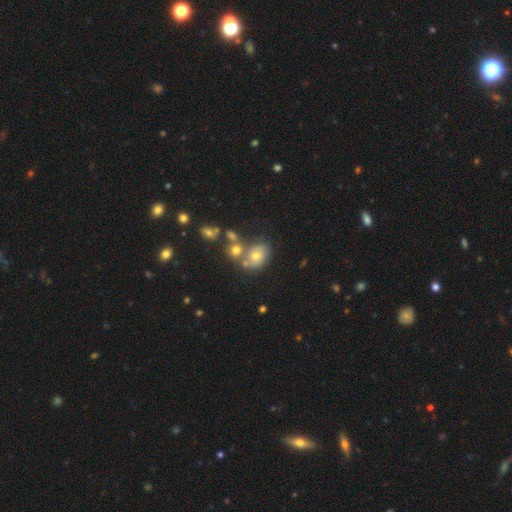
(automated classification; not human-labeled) Overall: smooth (55%; featured or disk 26%). How rounded: in between (53%; round 46%). Merging: none (50%; merger 30%).